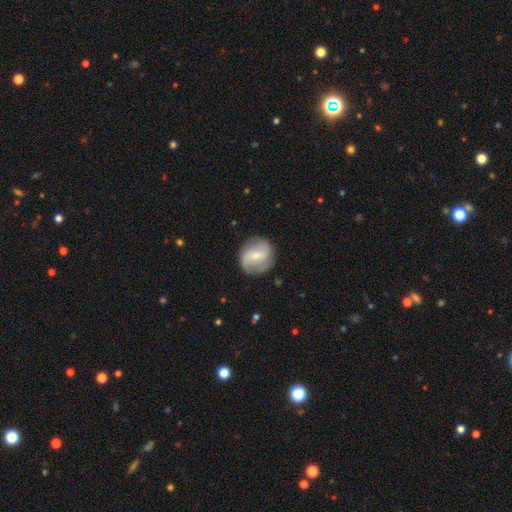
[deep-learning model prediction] This is likely a featured or disk galaxy (66%). It is clearly not viewed edge-on (97%). Bar: marginally weak (43%). Spiral arm pattern: clearly yes (86%). Spiral arm count: clearly 2 (81%). Spiral winding: marginally loose (41%). Central bulge: likely small (65%). Merging: clearly none (81%).